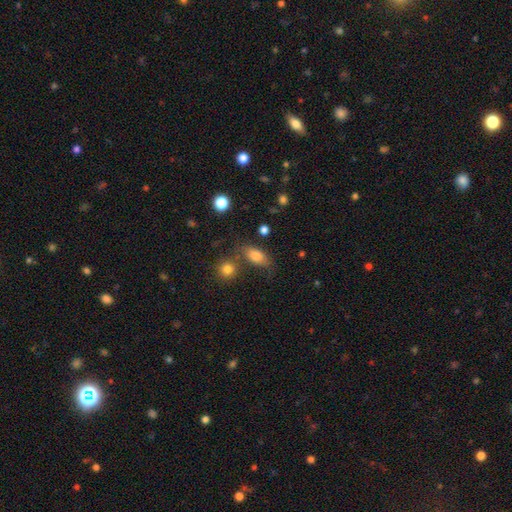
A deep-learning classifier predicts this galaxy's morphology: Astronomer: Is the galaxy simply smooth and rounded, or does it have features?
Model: smooth — 81%.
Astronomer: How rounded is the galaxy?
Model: in between — 84%.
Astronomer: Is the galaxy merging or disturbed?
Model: none — 63%.